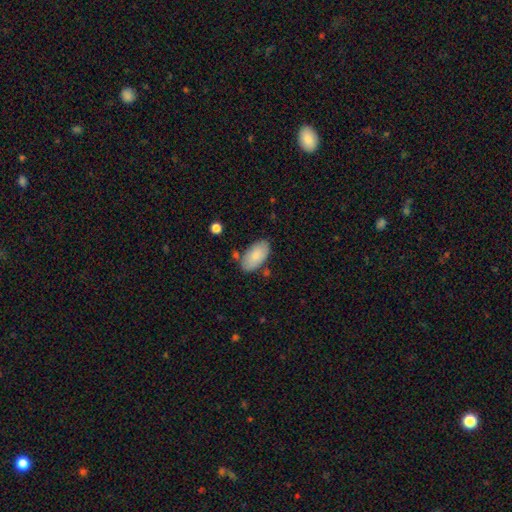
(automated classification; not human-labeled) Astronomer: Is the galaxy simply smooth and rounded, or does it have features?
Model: smooth — 85%.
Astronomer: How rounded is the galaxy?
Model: in between — 95%.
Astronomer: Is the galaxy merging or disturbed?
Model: none — 75%.